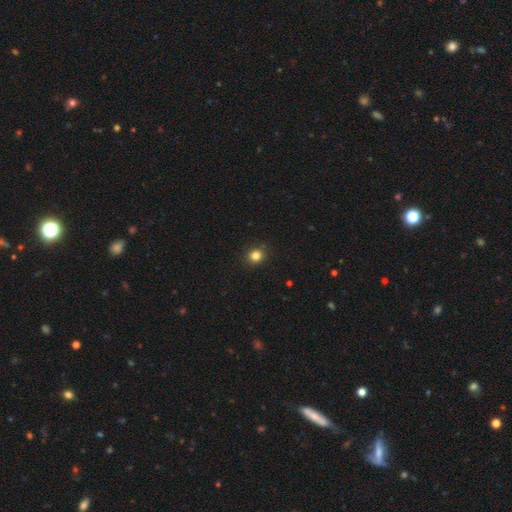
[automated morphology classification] type=smooth (83%); roundness=round (86%); merging=none (89%).